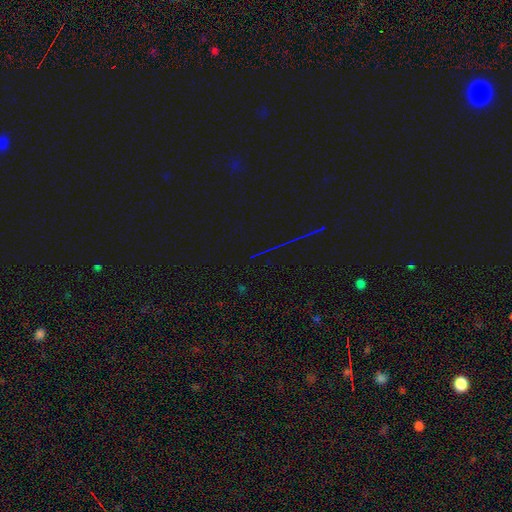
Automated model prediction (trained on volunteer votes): star or artifact 82%, featured or disk 9%, smooth 9%.